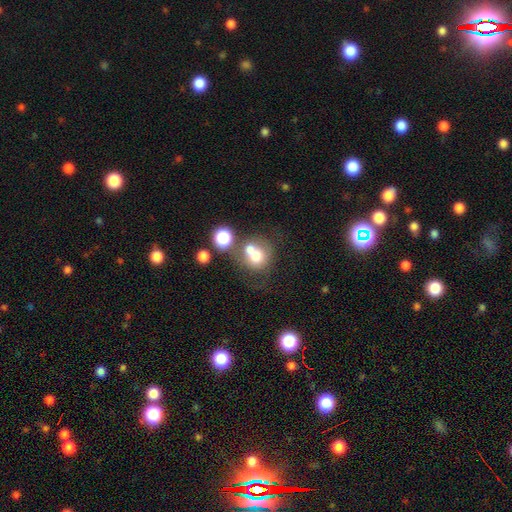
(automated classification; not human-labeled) This is likely a smooth galaxy (65%). How rounded: likely round (79%). Merging: possibly merger (48%).